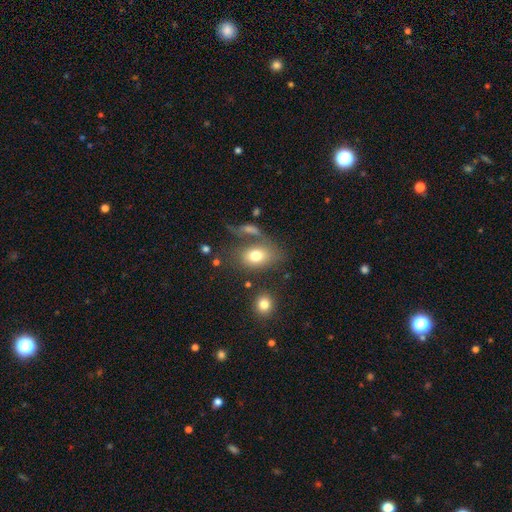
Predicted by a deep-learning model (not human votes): smooth_or_featured: smooth (p=0.74) [alt: featured or disk p=0.16]
how_rounded: in between (p=0.79) [alt: round p=0.20]
merging: none (p=0.50) [alt: merger p=0.19]